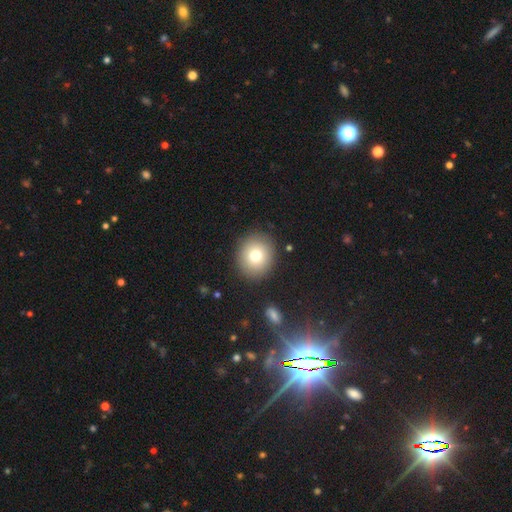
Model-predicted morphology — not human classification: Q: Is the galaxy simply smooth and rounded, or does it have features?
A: smooth — 76%.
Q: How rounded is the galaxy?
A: round — 79%.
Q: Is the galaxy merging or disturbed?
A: none — 88%.